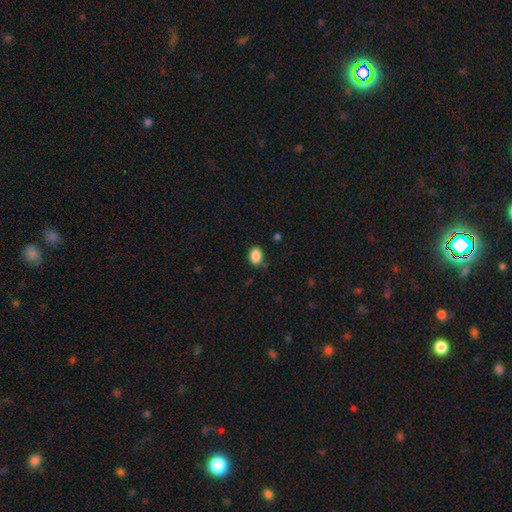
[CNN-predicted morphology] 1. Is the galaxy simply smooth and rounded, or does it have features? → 88% smooth, 8% star or artifact, 3% featured or disk.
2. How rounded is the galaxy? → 74% in between, 25% round, 1% cigar-shaped.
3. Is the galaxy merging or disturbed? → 78% none, 16% minor disturbance, 3% major disturbance, 2% merger.